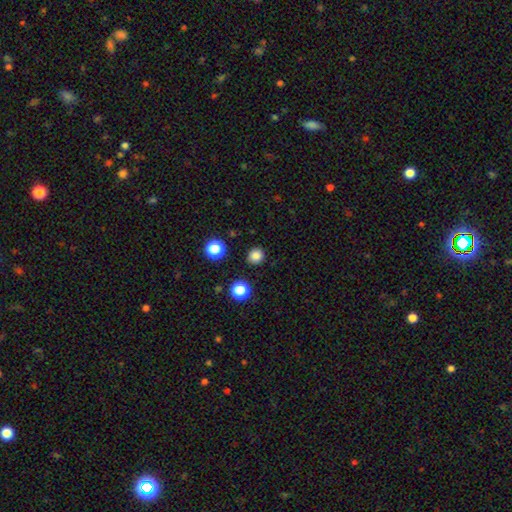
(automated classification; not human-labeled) Overall: smooth (83%). How rounded: round (90%). Merging: none (90%).